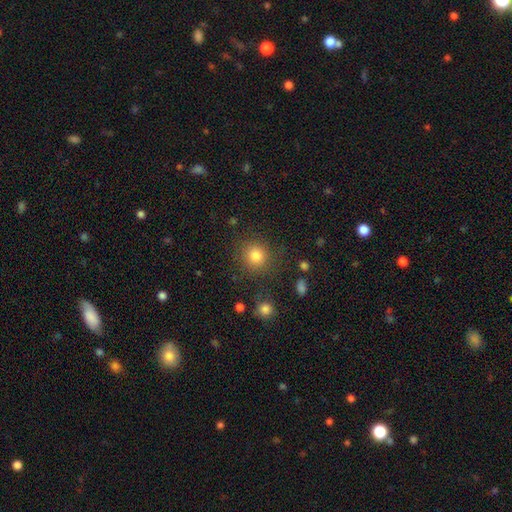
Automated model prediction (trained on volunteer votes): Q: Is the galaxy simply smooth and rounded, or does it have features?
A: smooth — 83%.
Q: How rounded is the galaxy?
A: round — 91%.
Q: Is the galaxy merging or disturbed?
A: none — 85%.